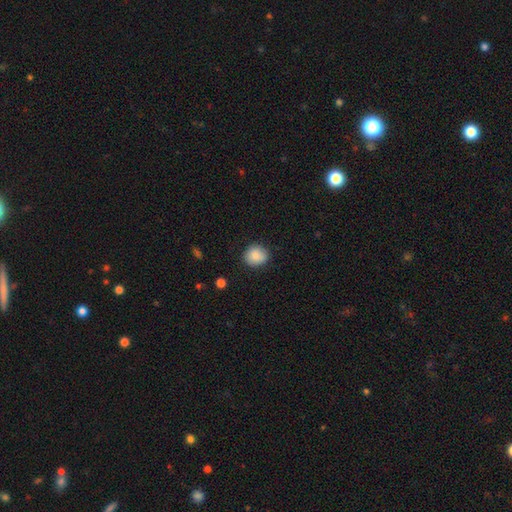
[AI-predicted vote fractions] The model was most divided on "how rounded": round: 76%, in between: 23%, cigar-shaped: 1%. More confident: smooth or featured — smooth (87%); merging — none (86%).